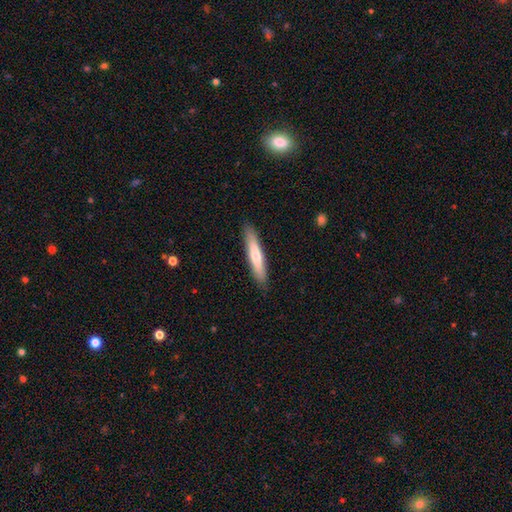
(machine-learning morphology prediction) Smooth or featured: smooth — 64% (featured or disk — 31%)
How rounded: cigar-shaped — 89% (in between — 9%)
Merging: none — 89% (minor disturbance — 8%)